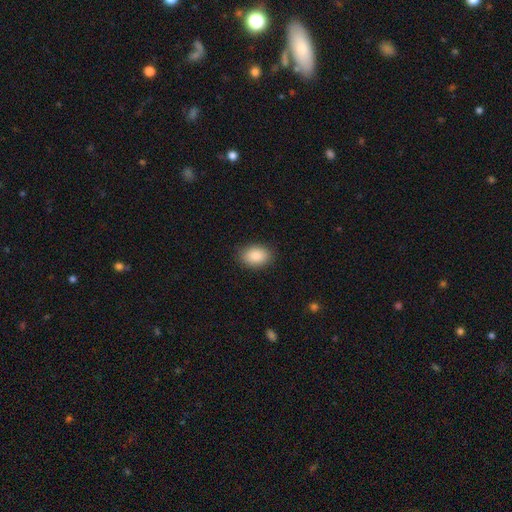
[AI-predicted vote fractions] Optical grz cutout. It shows a smooth galaxy with no disk features (88%) that is in between round and cigar-shaped (82%). Merging: none (87%).